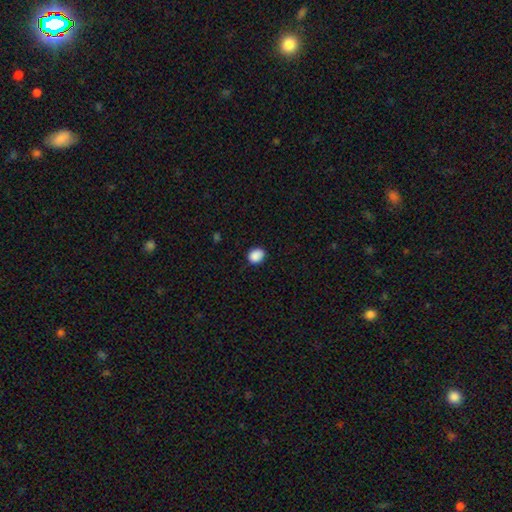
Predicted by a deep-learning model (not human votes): Morphology: type=smooth (89%); roundness=round (61%); merging=none (86%).